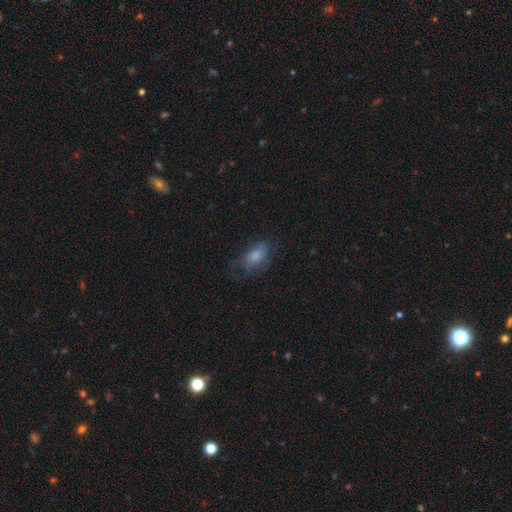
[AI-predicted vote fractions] A smooth galaxy with no disk features (65%) that is in between round and cigar-shaped (88%).

Vote fractions:
- Smooth or featured? smooth: 65% / featured or disk: 26% / star or artifact: 10%
- How rounded? in between: 88% / round: 8% / cigar-shaped: 4%
- Merging? none: 49% / minor disturbance: 27% / major disturbance: 23% / merger: 2%